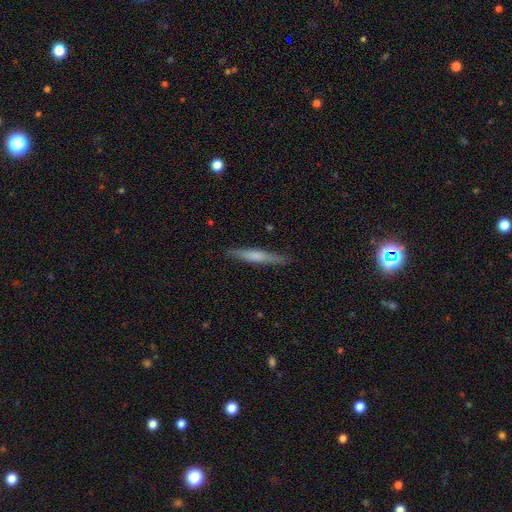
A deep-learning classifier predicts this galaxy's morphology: This appears to be a smooth galaxy with no disk features (57%) that is cigar-shaped (94%). Merging: none (88%).